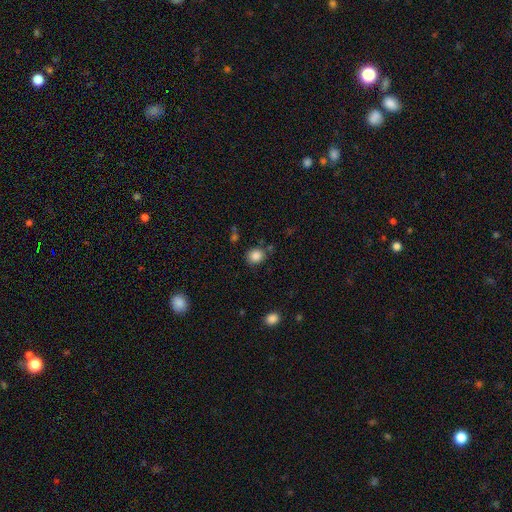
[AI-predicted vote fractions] Smooth or featured? Predicted: smooth (p=0.86). How rounded? Predicted: round (p=0.72). Merging? Predicted: none (p=0.79).